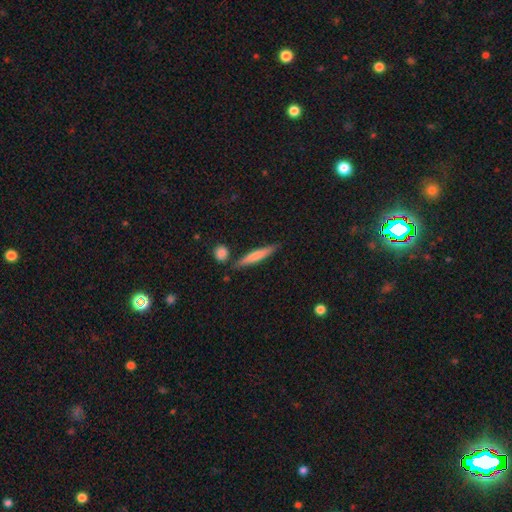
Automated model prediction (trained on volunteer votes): A smooth galaxy with no disk features (66%) that is cigar-shaped (91%).

Vote fractions:
- Smooth or featured? smooth: 66% / featured or disk: 29% / star or artifact: 6%
- How rounded? cigar-shaped: 91% / in between: 7% / round: 2%
- Merging? none: 82% / minor disturbance: 10% / merger: 5% / major disturbance: 2%